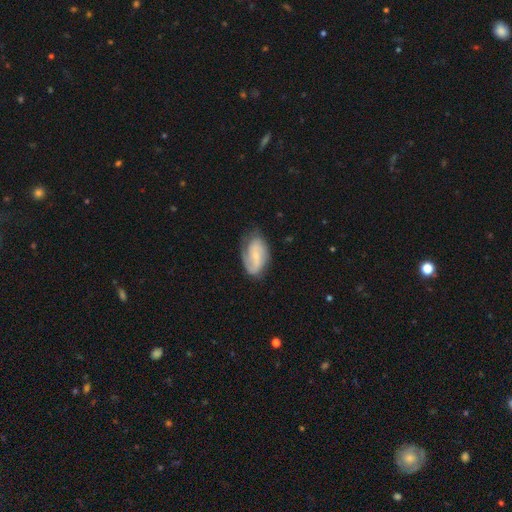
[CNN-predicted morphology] Smooth or featured?
  - featured or disk: 69% *
  - smooth: 25%
  - star or artifact: 6%
Edge-on disk?
  - no: 96% *
  - yes: 4%
Bar?
  - no: 46% *
  - weak: 40%
  - strong: 13%
Spiral arms?
  - yes: 91% *
  - no: 9%
Spiral winding?
  - medium: 41% *
  - loose: 31%
  - tight: 28%
Spiral arm count?
  - 2: 65% *
  - can't tell: 14%
  - 1: 14%
  - 3: 4%
  - 4: 1%
  - more than 4: 1%
Bulge size?
  - small: 70% *
  - moderate: 20%
  - none: 8%
  - large: 1%
  - dominant: 1%
Merging?
  - none: 67% *
  - minor disturbance: 23%
  - major disturbance: 9%
  - merger: 1%